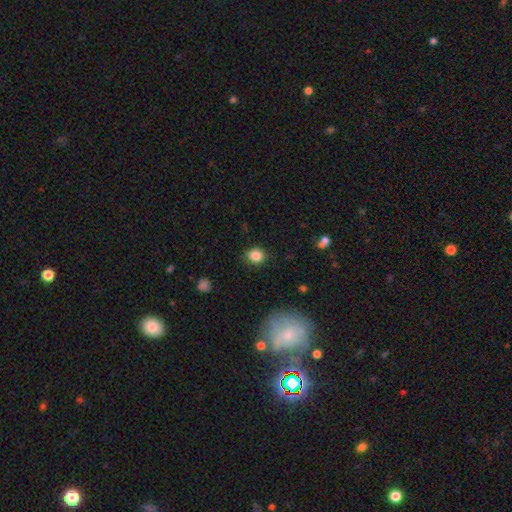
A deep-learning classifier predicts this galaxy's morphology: smooth 85%, star or artifact 10%, featured or disk 5%. Down the decision tree: how rounded — round (77%); merging — none (84%).